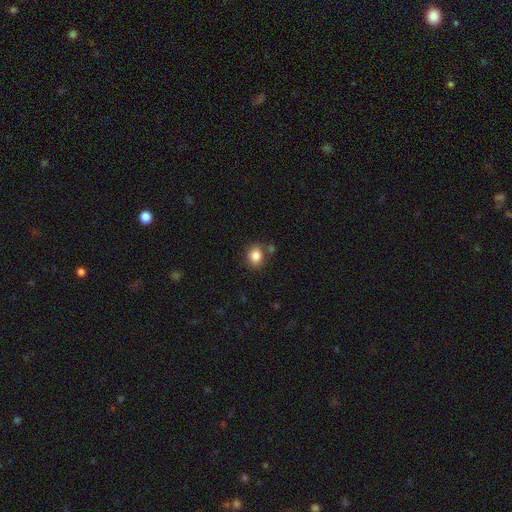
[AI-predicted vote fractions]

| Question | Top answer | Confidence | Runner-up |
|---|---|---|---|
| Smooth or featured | smooth | 84% | star or artifact (10%) |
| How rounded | round | 56% | in between (43%) |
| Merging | none | 76% | minor disturbance (12%) |